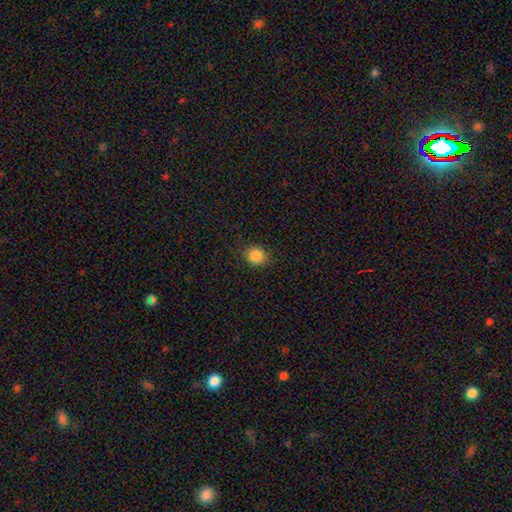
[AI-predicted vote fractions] This appears to be a smooth galaxy with no disk features (87%) that is round (83%). Merging: none (86%).